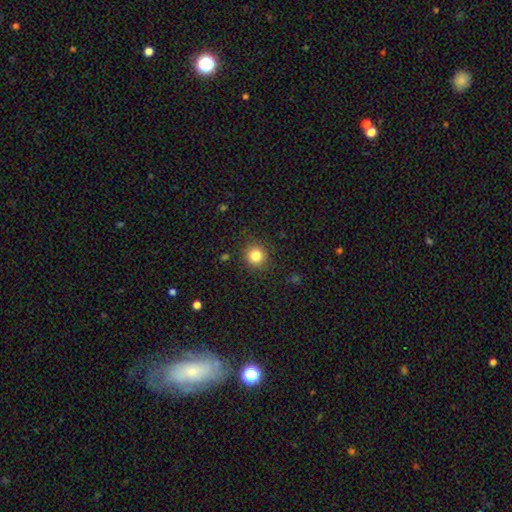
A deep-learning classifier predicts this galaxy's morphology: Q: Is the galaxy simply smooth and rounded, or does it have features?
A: smooth — 83%.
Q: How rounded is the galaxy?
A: round — 92%.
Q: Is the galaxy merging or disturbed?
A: none — 89%.